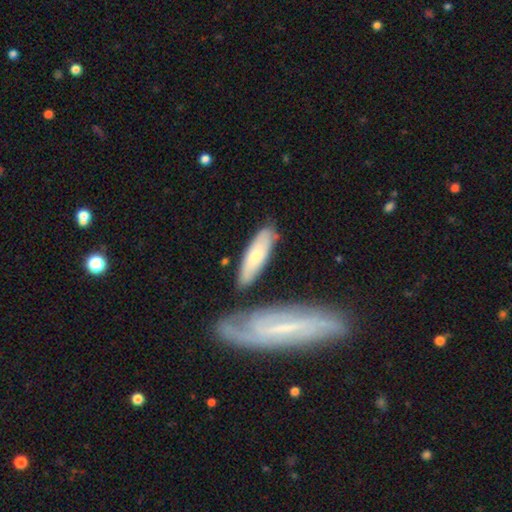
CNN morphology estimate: smooth-or-featured: smooth: 55% | featured or disk: 40% | star or artifact: 5%
  how-rounded: cigar-shaped: 58% | in between: 40% | round: 2%
  merging: none: 70% | minor disturbance: 16% | merger: 10% | major disturbance: 4%